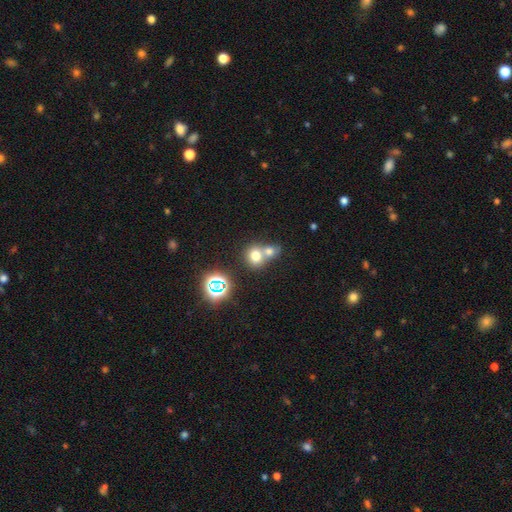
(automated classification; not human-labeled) Q: Smooth or featured?
A: smooth (70%); runner-up: star or artifact (18%)
Q: How rounded?
A: round (72%); runner-up: in between (27%)
Q: Merging?
A: merger (60%); runner-up: none (32%)